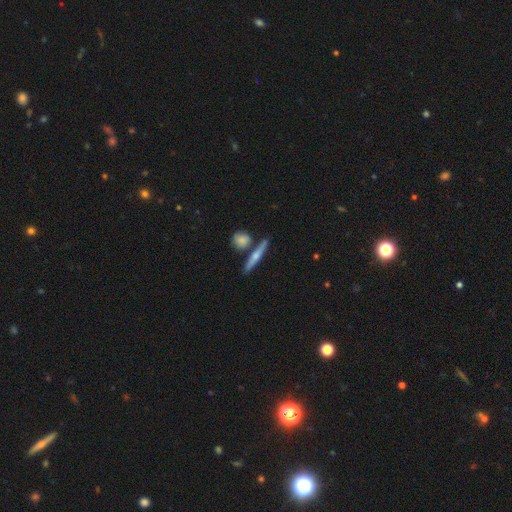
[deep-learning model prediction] Smooth or featured? Predicted: featured or disk (p=0.51). Edge-on disk? Predicted: yes (p=0.94). Merging? Predicted: none (p=0.78).